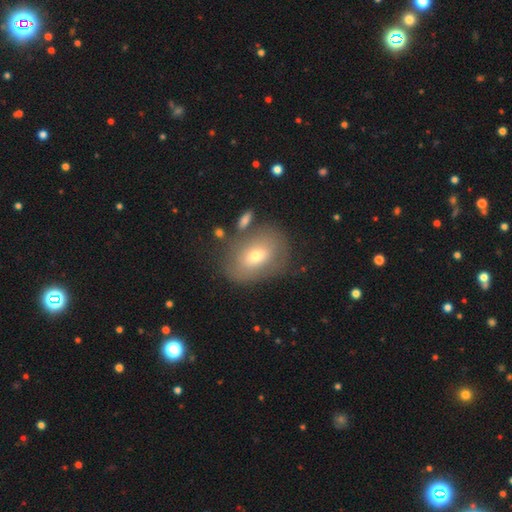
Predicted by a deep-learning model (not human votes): Smooth or featured? smooth (58%)
How rounded? in between (75%)
Merging? none (70%)